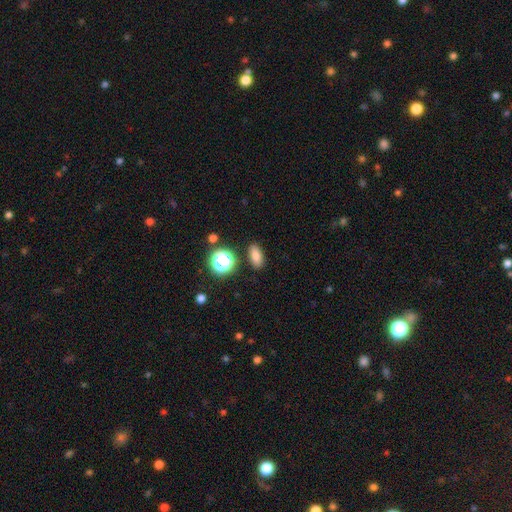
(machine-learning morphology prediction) The model was most divided on "smooth or featured": smooth: 77%, star or artifact: 15%, featured or disk: 7%. More confident: merging — none (85%); how rounded — in between (80%).